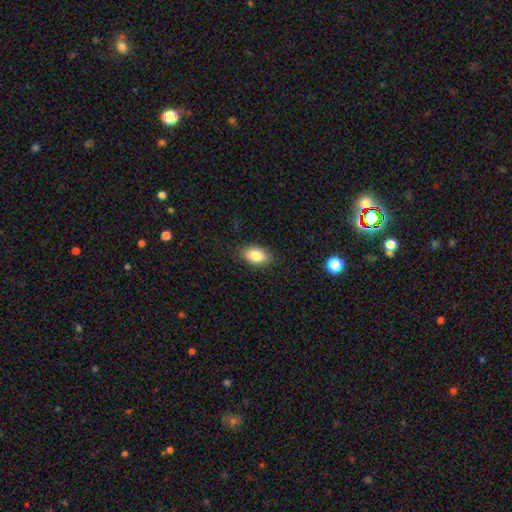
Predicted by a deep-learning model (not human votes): Q: Smooth or featured?
A: smooth (84%); runner-up: featured or disk (9%)
Q: How rounded?
A: in between (92%); runner-up: round (6%)
Q: Merging?
A: none (86%); runner-up: minor disturbance (10%)